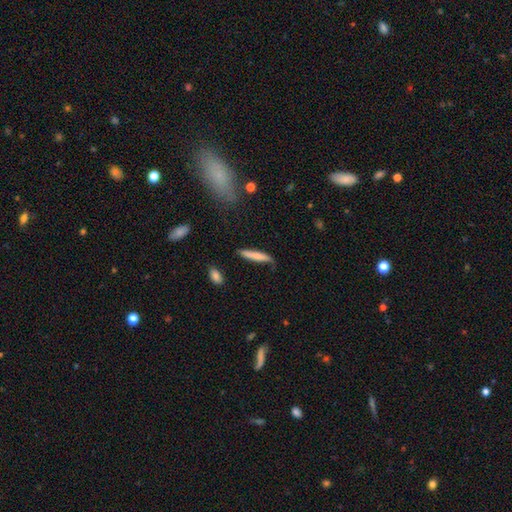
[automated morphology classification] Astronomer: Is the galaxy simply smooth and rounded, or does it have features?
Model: smooth — 74%.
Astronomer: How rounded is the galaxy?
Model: cigar-shaped — 90%.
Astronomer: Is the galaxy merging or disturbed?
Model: none — 68%.